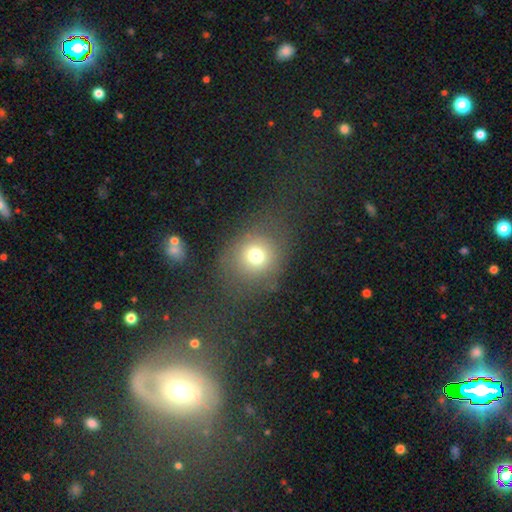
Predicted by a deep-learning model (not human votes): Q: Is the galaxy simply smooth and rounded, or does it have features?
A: smooth — 73%.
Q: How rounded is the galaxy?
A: round — 74%.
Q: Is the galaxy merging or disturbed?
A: none — 68%.